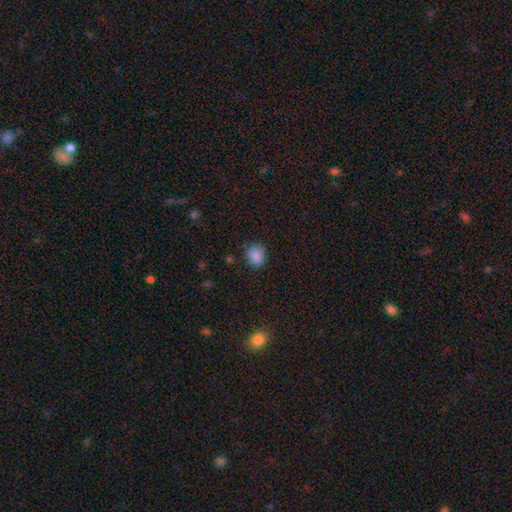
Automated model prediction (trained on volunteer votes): This is clearly a smooth galaxy (85%). How rounded: likely round (62%). Merging: clearly none (81%).